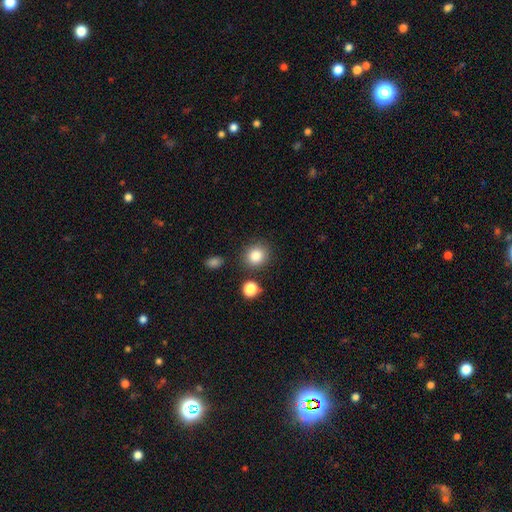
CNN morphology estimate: Smooth or featured? smooth (85%)
How rounded? round (82%)
Merging? none (82%)